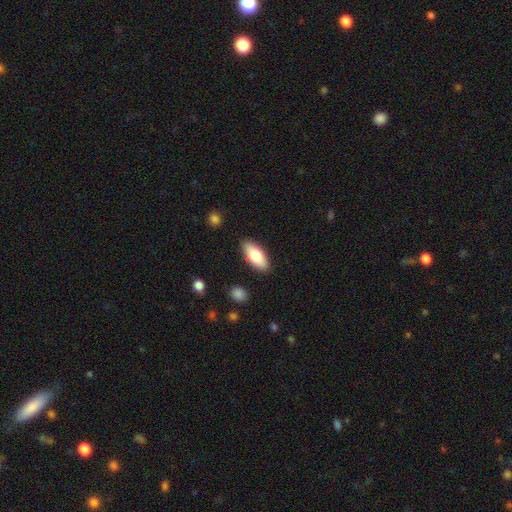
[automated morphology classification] This appears to be a smooth galaxy with no disk features (77%) that is in between round and cigar-shaped (84%). Merging: none (87%).